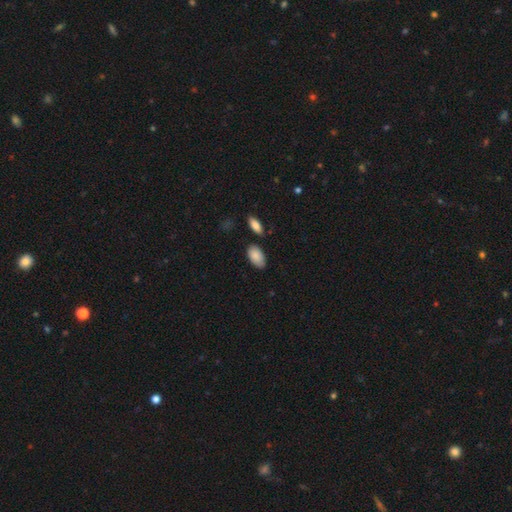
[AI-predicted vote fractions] smooth 87%, featured or disk 6%, star or artifact 6%. Down the decision tree: how rounded — in between (94%); merging — none (77%).